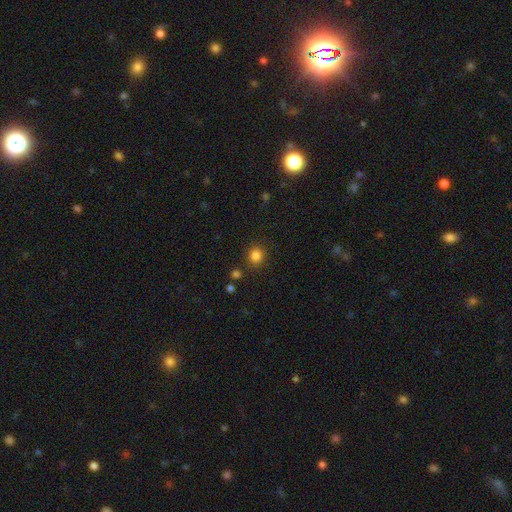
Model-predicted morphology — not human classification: Overall: smooth (83%). How rounded: round (87%). Merging: none (87%).